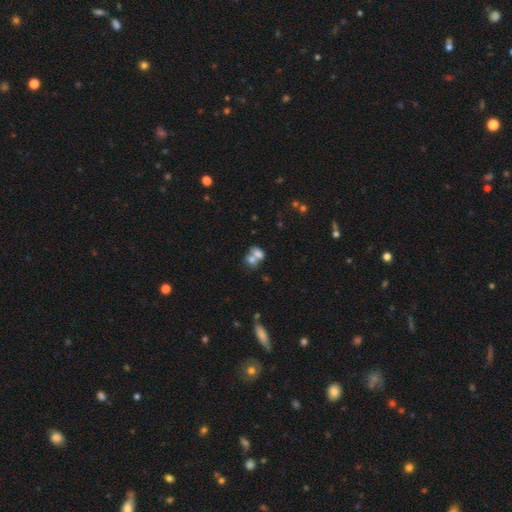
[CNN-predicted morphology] This is likely a smooth galaxy (72%). How rounded: likely in between (69%). Merging: likely merger (65%).